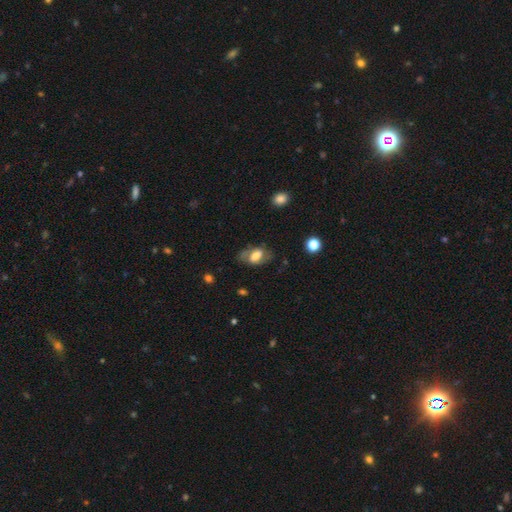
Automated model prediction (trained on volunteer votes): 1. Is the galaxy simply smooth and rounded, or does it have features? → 47% smooth, 45% featured or disk, 8% star or artifact.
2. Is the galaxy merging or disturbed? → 68% none, 20% minor disturbance, 11% major disturbance, 2% merger.